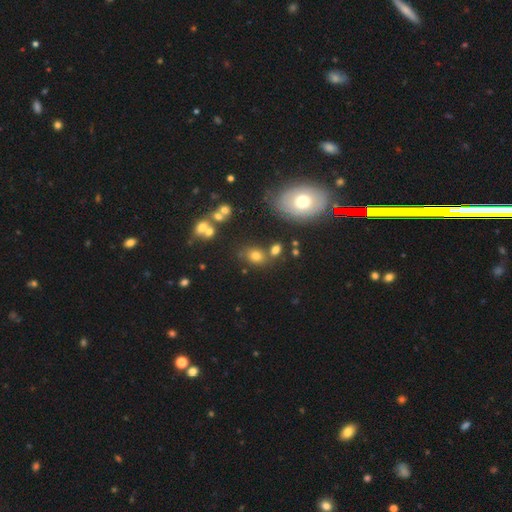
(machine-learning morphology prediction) A smooth galaxy with no disk features (72%) that is in between round and cigar-shaped (58%). Merging: none (63%).